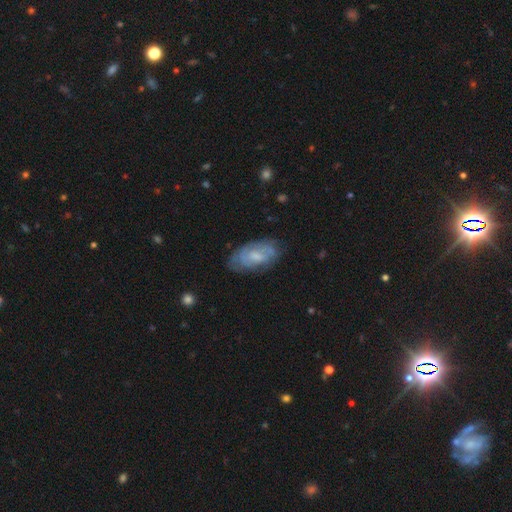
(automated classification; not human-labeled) Smooth or featured?
  - featured or disk: 49% *
  - smooth: 44%
  - star or artifact: 7%
Merging?
  - none: 66% *
  - minor disturbance: 24%
  - major disturbance: 8%
  - merger: 2%